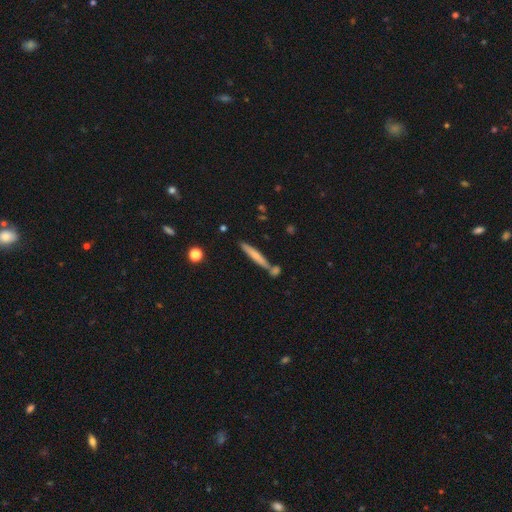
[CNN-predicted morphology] This appears to be a smooth galaxy with no disk features (62%) that is cigar-shaped (94%). Merging: none (70%).